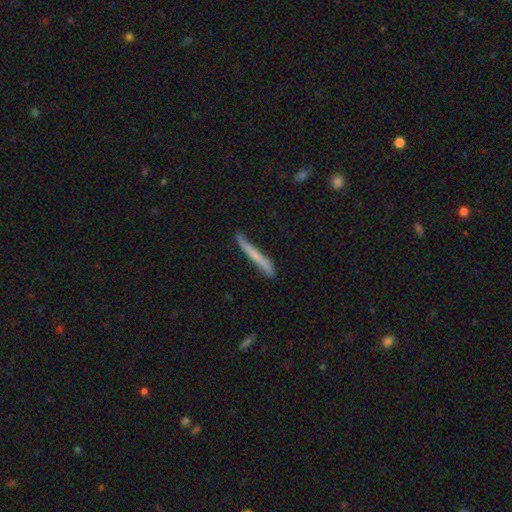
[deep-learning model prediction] Smooth or featured? smooth (57%)
How rounded? cigar-shaped (96%)
Merging? none (67%)